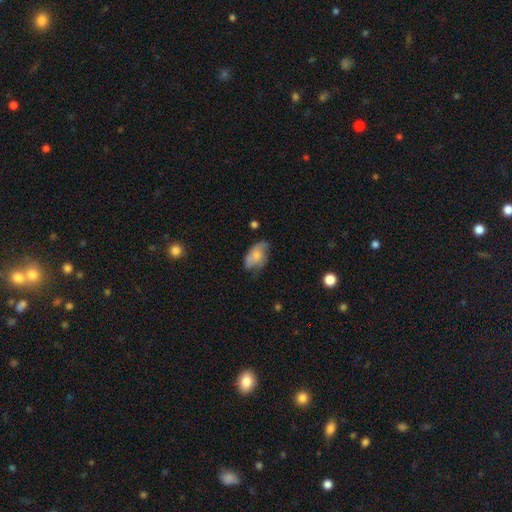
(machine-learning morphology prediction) Overall: smooth (55%; featured or disk 37%). How rounded: in between (90%). Merging: none (51%; minor disturbance 33%).